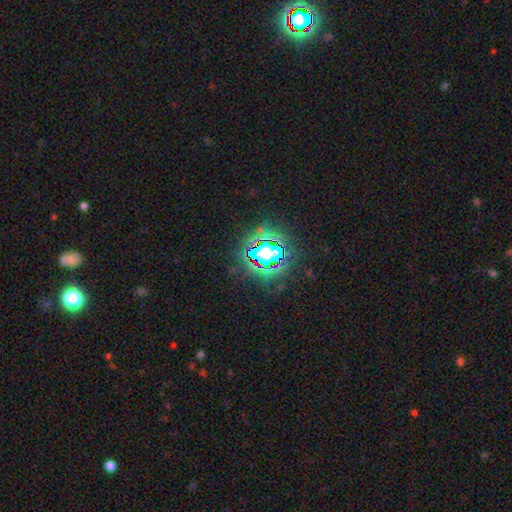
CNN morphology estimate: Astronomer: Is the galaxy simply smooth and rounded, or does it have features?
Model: star or artifact — 79%.